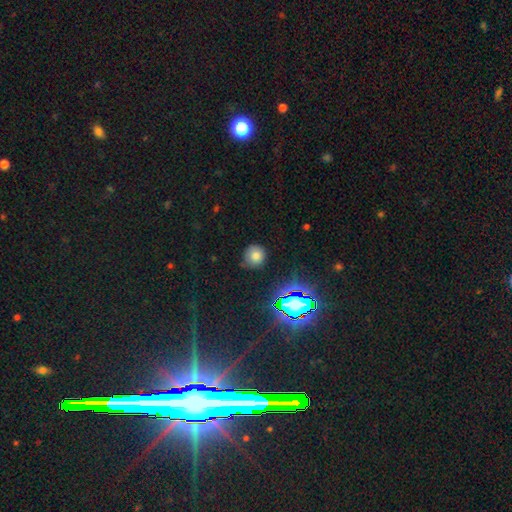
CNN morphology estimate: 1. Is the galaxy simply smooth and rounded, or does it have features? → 73% smooth, 18% star or artifact, 8% featured or disk.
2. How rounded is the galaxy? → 89% round, 10% in between, 1% cigar-shaped.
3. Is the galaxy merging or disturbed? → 75% none, 19% minor disturbance, 4% major disturbance, 2% merger.